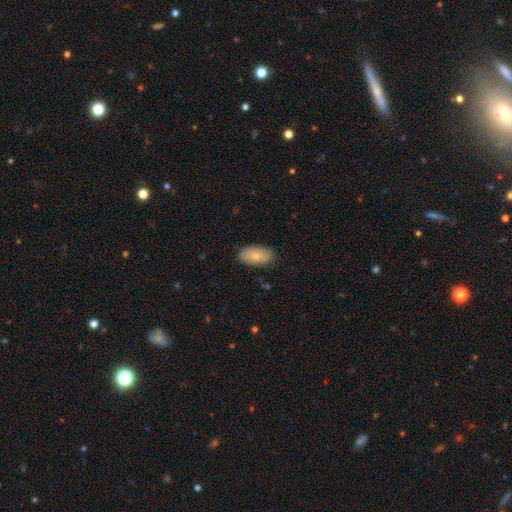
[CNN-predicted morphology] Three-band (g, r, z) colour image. It shows a smooth galaxy with no disk features (78%) that is in between round and cigar-shaped (94%). Merging: none (85%).